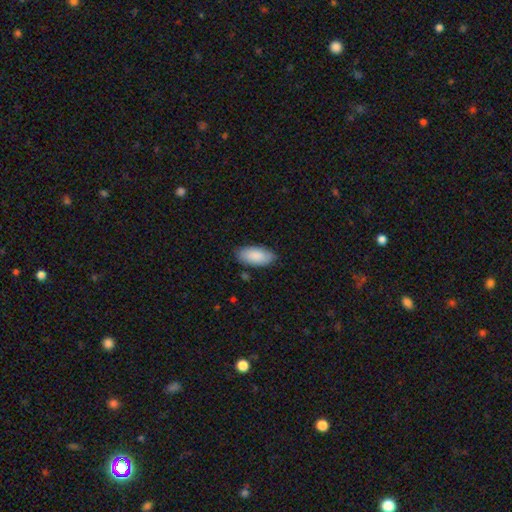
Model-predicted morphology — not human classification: A smooth galaxy with no disk features (88%) that is in between round and cigar-shaped (93%). Merging: none (84%).